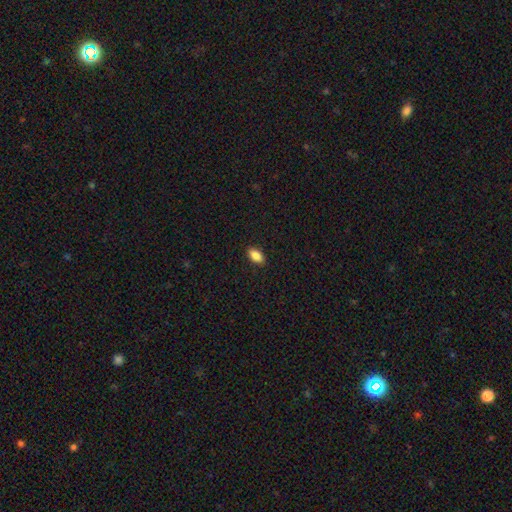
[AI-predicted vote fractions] smooth_or_featured: smooth (p=0.88) [alt: star or artifact p=0.08]
how_rounded: in between (p=0.92) [alt: round p=0.05]
merging: none (p=0.90) [alt: minor disturbance p=0.07]